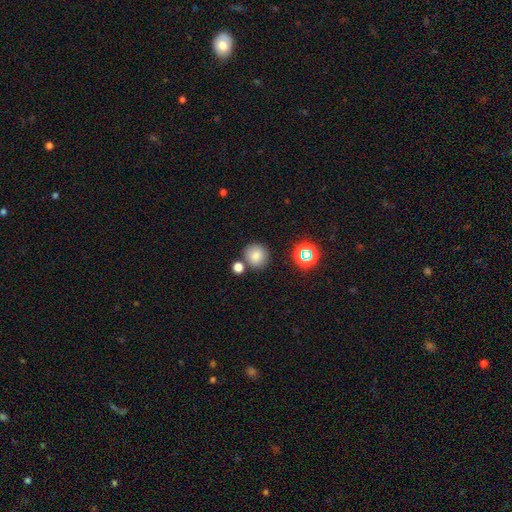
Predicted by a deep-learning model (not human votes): smooth 79%, star or artifact 13%, featured or disk 7%. Down the decision tree: how rounded — round (91%); merging — none (76%).